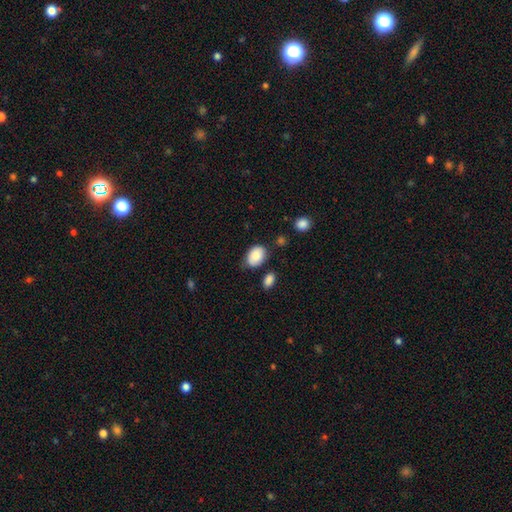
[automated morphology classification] The model was most divided on "merging": none: 69%, minor disturbance: 21%, merger: 5%, major disturbance: 5%. More confident: smooth or featured — smooth (86%); how rounded — in between (79%).